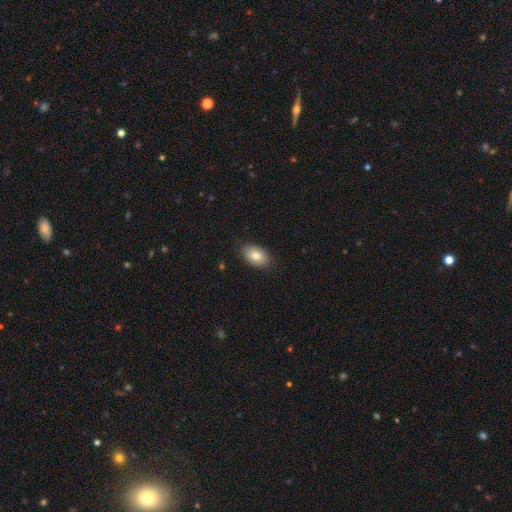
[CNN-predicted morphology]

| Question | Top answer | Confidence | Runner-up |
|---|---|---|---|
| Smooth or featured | smooth | 81% | featured or disk (11%) |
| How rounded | in between | 90% | round (9%) |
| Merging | none | 87% | minor disturbance (10%) |